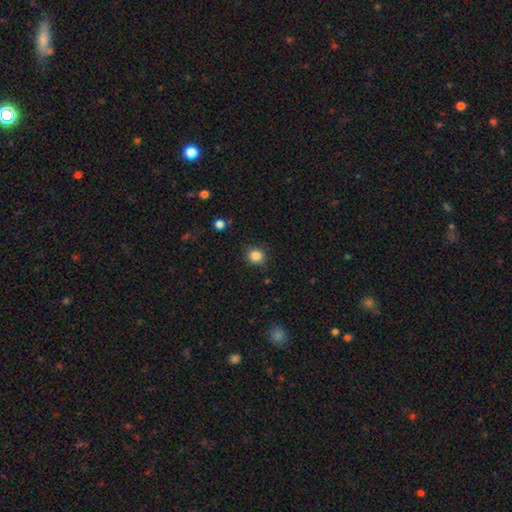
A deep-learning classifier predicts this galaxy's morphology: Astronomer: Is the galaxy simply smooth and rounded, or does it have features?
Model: smooth — 85%.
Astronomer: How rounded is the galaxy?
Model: round — 87%.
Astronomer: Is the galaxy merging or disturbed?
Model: none — 88%.